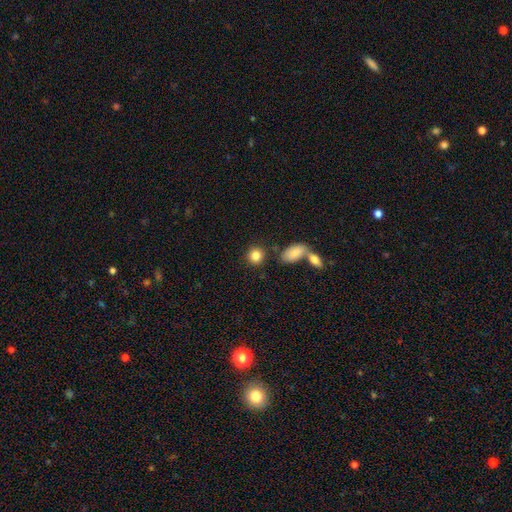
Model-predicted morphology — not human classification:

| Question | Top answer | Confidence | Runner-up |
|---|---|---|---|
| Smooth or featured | smooth | 84% | star or artifact (9%) |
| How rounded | round | 82% | in between (17%) |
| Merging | none | 79% | merger (9%) |